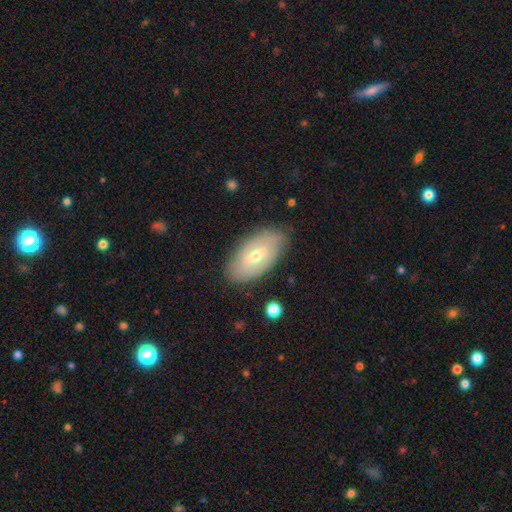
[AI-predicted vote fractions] smooth-or-featured: featured or disk: 59% | smooth: 35% | star or artifact: 6%
  disk-edge-on: no: 87% | yes: 13%
    bar: weak: 48% | no: 31% | strong: 21%
    has-spiral-arms: yes: 53% | no: 47%
    bulge-size: moderate: 54% | small: 43% | large: 2% | none: 1% | dominant: 1%
  merging: none: 83% | minor disturbance: 13% | major disturbance: 3% | merger: 1%